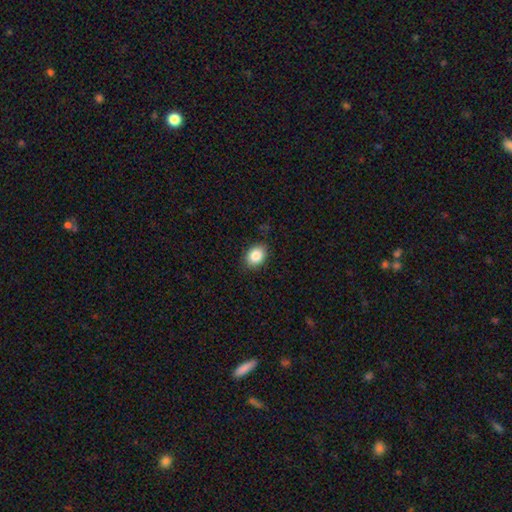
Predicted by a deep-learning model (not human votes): Morphology: type=smooth (85%); roundness=in between (67%); merging=none (86%).